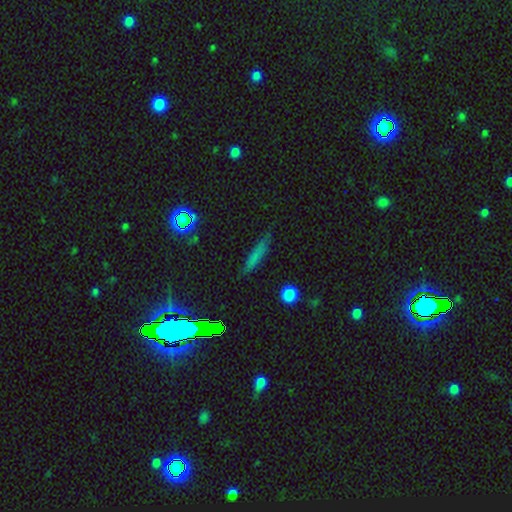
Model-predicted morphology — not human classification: type=smooth (62%); roundness=cigar-shaped (88%); merging=none (82%).